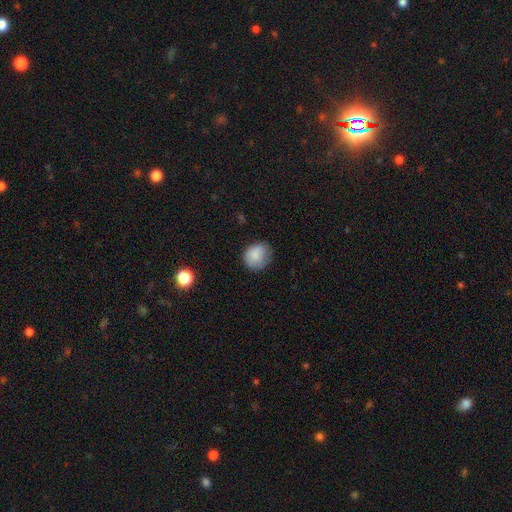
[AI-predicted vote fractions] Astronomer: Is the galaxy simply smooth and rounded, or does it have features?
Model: smooth — 83%.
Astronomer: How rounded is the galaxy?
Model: round — 70%.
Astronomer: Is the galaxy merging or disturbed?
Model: none — 70%.